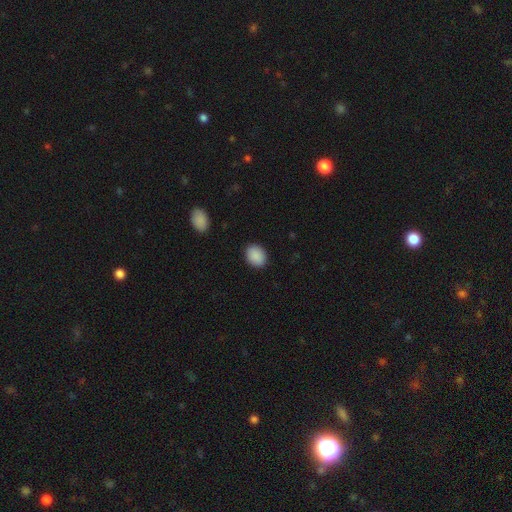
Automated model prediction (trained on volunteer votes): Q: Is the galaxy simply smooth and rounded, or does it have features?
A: smooth — 90%.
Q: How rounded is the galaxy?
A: in between — 57%.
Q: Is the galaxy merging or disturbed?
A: none — 88%.